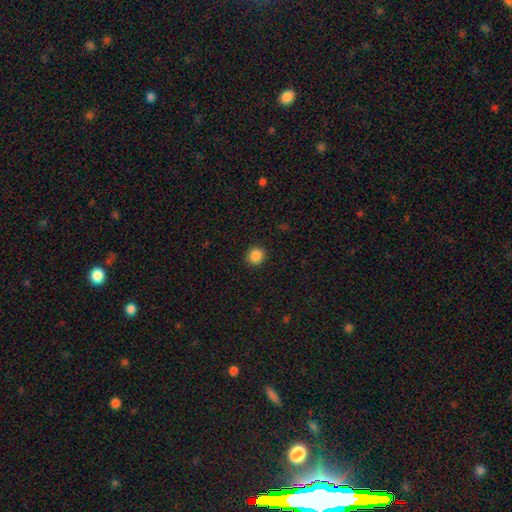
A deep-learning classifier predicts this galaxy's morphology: A smooth galaxy with no disk features (87%) that is round (85%). Merging: none (90%).